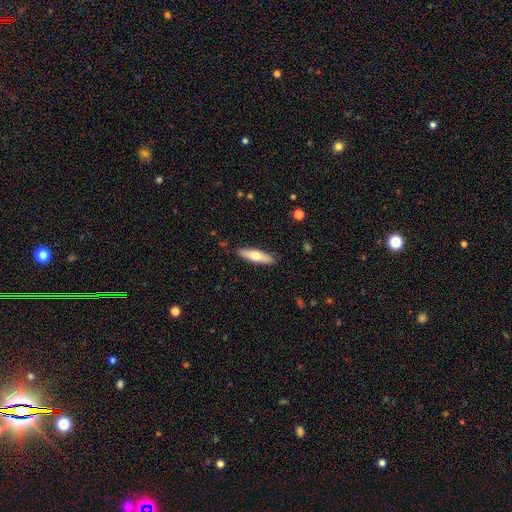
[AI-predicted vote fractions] The model was most divided on "smooth or featured": smooth: 61%, featured or disk: 34%, star or artifact: 5%. More confident: merging — none (88%); how rounded — cigar-shaped (68%).